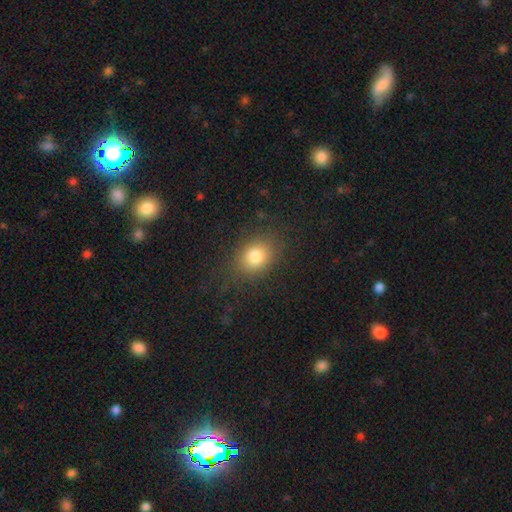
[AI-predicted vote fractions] Smooth or featured? Predicted: smooth (p=0.80). How rounded? Predicted: in between (p=0.56). Merging? Predicted: none (p=0.80).